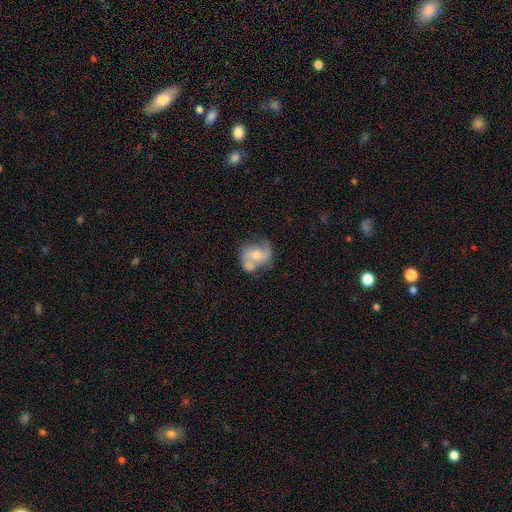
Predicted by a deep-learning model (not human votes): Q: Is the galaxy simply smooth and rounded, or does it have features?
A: featured or disk — 64%.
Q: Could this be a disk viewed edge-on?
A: no — 97%.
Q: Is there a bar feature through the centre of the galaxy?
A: no — 55%.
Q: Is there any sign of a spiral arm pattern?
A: yes — 80%.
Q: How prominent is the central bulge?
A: moderate — 65%.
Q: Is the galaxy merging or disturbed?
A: none — 43%.